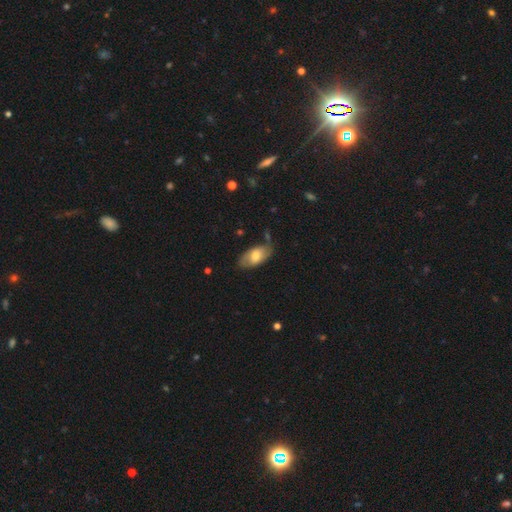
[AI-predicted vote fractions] Smooth or featured? smooth (65%)
How rounded? in between (92%)
Merging? none (65%)